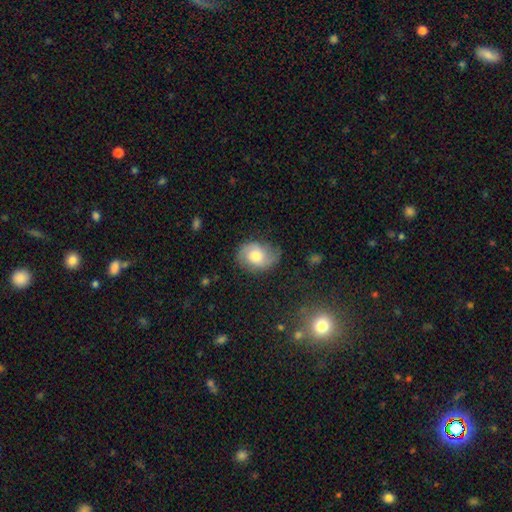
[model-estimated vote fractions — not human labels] The model was most divided on "smooth or featured": featured or disk: 48%, smooth: 43%, star or artifact: 9%. More confident: merging — none (65%).